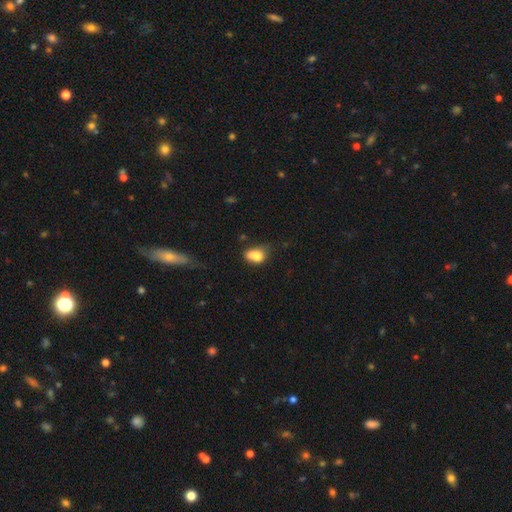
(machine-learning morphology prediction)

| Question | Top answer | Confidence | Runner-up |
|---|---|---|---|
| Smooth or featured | smooth | 80% | featured or disk (11%) |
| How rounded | in between | 79% | round (19%) |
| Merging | none | 37% | minor disturbance (36%) |